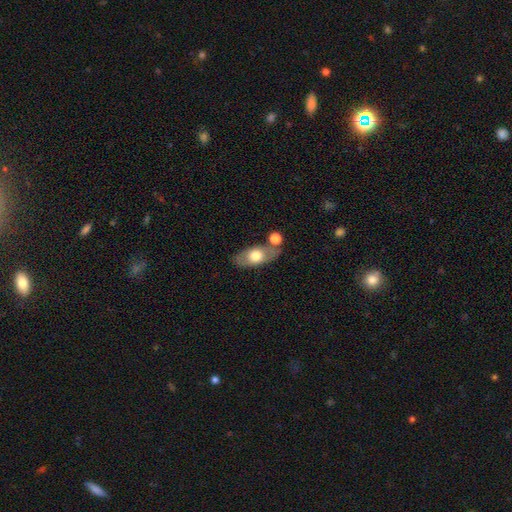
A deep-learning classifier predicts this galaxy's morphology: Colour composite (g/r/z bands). It shows a smooth galaxy with no disk features (61%) that is in between round and cigar-shaped (83%). Merging: none (65%).